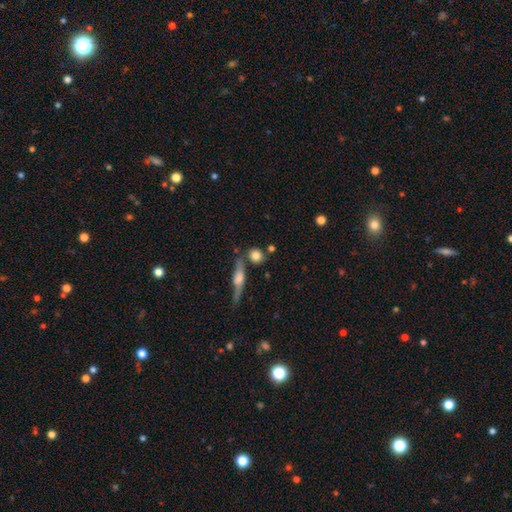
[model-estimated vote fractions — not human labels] smooth-or-featured: smooth: 78% | featured or disk: 13% | star or artifact: 8%
  how-rounded: round: 75% | in between: 18% | cigar-shaped: 6%
  merging: none: 71% | merger: 14% | minor disturbance: 11% | major disturbance: 4%